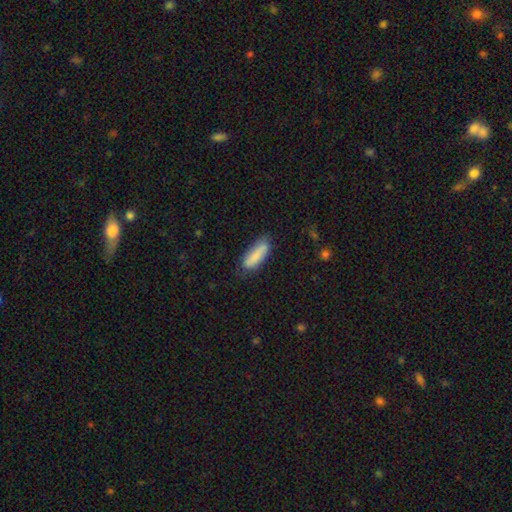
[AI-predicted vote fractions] The model was most divided on "how rounded": in between: 54%, cigar-shaped: 44%, round: 2%. More confident: smooth or featured — smooth (85%); merging — none (70%).